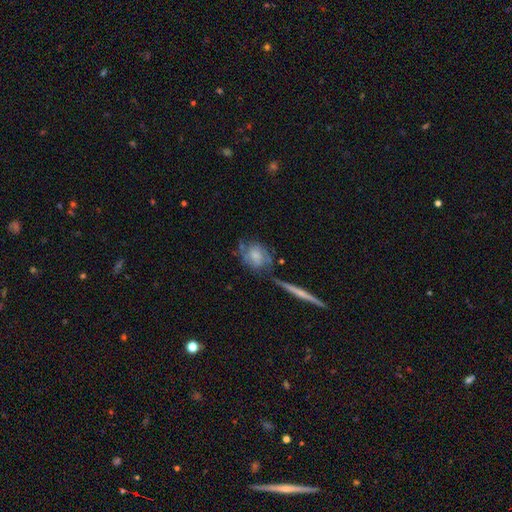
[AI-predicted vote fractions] smooth_or_featured: featured or disk (p=0.51) [alt: smooth p=0.41]
disk_edge_on: no (p=0.90) [alt: yes p=0.10]
merging: none (p=0.49) [alt: minor disturbance p=0.23]